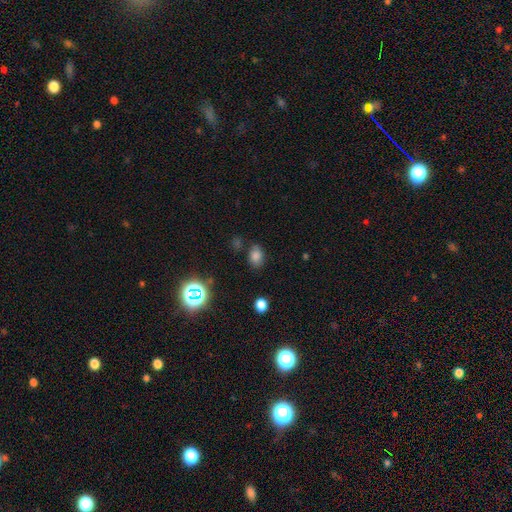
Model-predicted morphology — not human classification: Q: Smooth or featured?
A: smooth (75%); runner-up: star or artifact (17%)
Q: How rounded?
A: in between (75%); runner-up: round (24%)
Q: Merging?
A: none (73%); runner-up: minor disturbance (17%)